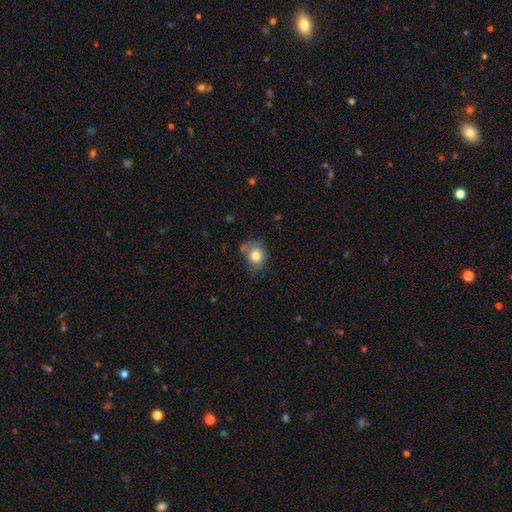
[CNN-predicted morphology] This is likely a smooth galaxy (79%). How rounded: likely round (60%). Merging: possibly none (57%).